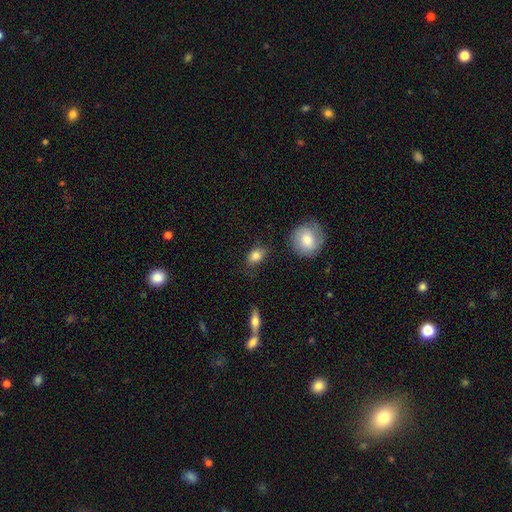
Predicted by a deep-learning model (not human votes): Smooth or featured? smooth (84%)
How rounded? in between (74%)
Merging? none (74%)